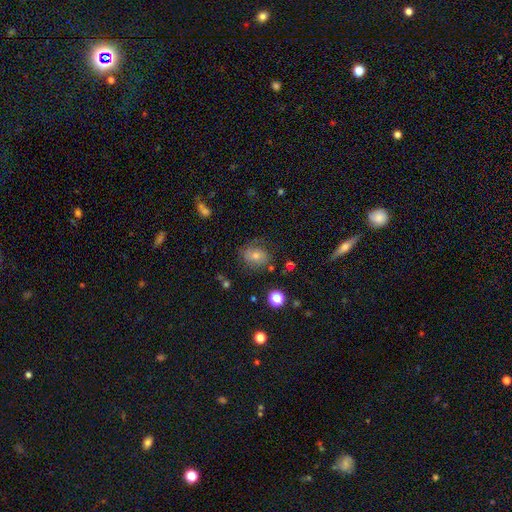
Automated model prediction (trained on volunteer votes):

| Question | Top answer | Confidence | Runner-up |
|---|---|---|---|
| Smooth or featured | smooth | 42% | featured or disk (40%) |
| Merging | none | 69% | minor disturbance (19%) |